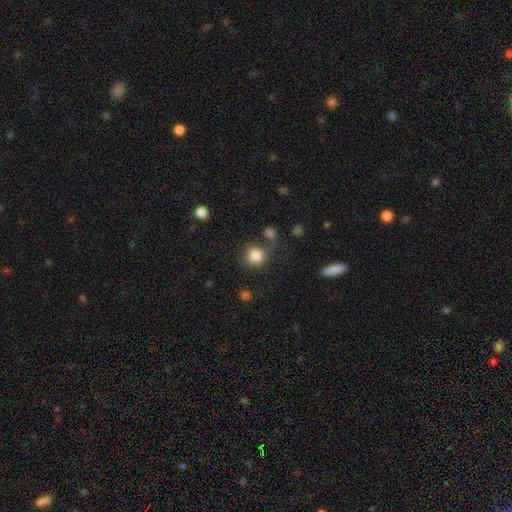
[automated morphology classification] type=smooth (84%); roundness=round (91%); merging=none (71%).